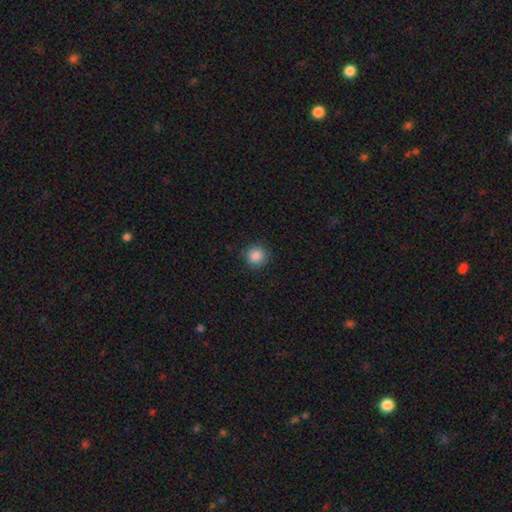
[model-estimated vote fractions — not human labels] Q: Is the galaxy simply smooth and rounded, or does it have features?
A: smooth — 87%.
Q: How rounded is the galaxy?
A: round — 94%.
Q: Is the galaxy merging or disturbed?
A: none — 90%.